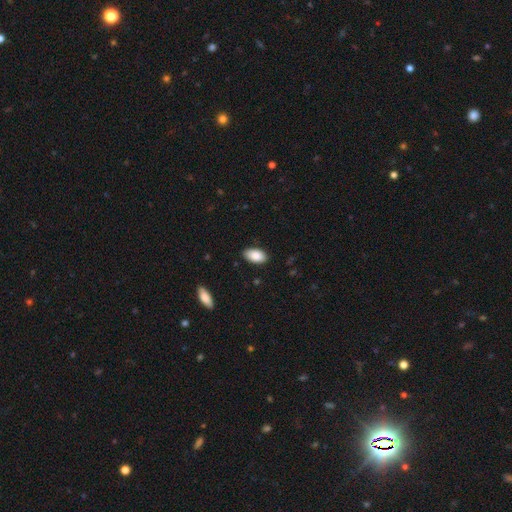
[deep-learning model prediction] smooth 87%, star or artifact 7%, featured or disk 6%. Down the decision tree: how rounded — in between (95%); merging — none (87%).